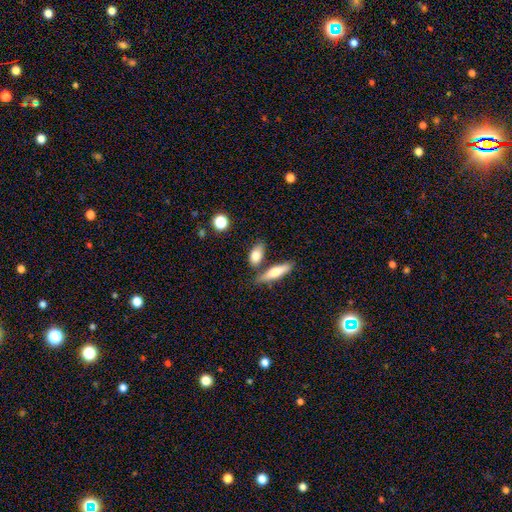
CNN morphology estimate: smooth_or_featured: smooth (p=0.77) [alt: featured or disk p=0.16]
how_rounded: in between (p=0.78) [alt: cigar-shaped p=0.16]
merging: none (p=0.63) [alt: merger p=0.20]